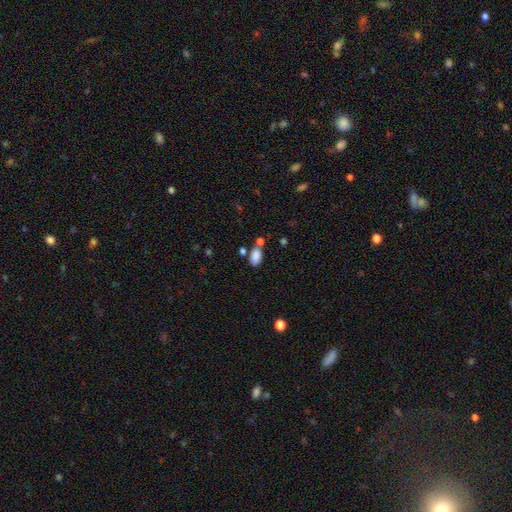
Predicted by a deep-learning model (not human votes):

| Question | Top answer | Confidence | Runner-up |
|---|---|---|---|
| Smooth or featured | smooth | 86% | star or artifact (9%) |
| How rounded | in between | 92% | round (5%) |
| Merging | none | 63% | merger (17%) |